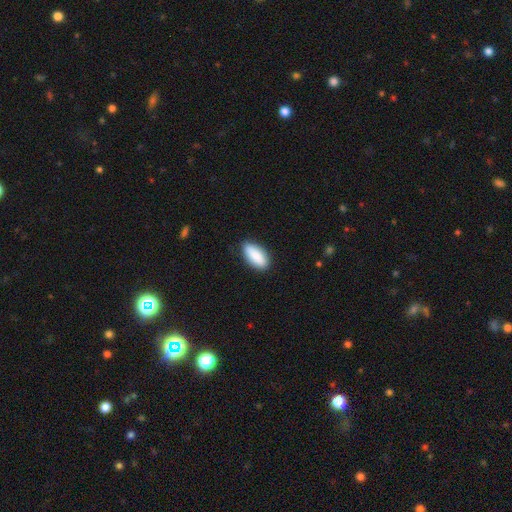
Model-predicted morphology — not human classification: A smooth galaxy with no disk features (87%) that is in between round and cigar-shaped (83%). Merging: none (85%).